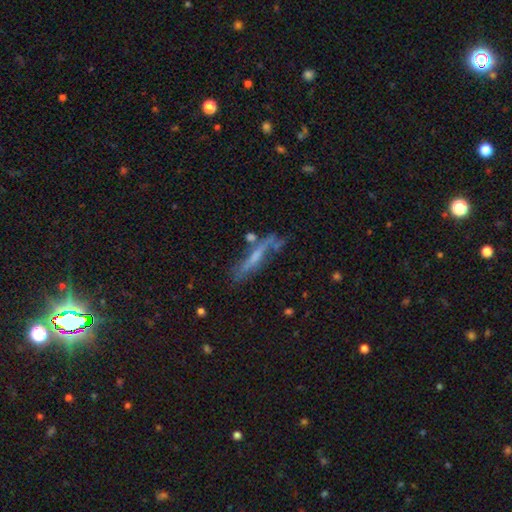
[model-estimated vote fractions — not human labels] A featured or disk galaxy (58%) viewed edge-on (74%). Merging: none (59%).